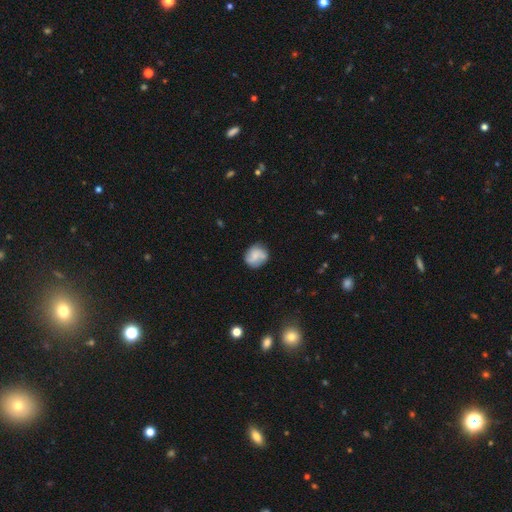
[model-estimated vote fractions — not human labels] smooth-or-featured: smooth: 60% | featured or disk: 32% | star or artifact: 8%
  how-rounded: round: 76% | in between: 23% | cigar-shaped: 1%
  merging: none: 71% | minor disturbance: 20% | major disturbance: 6% | merger: 3%